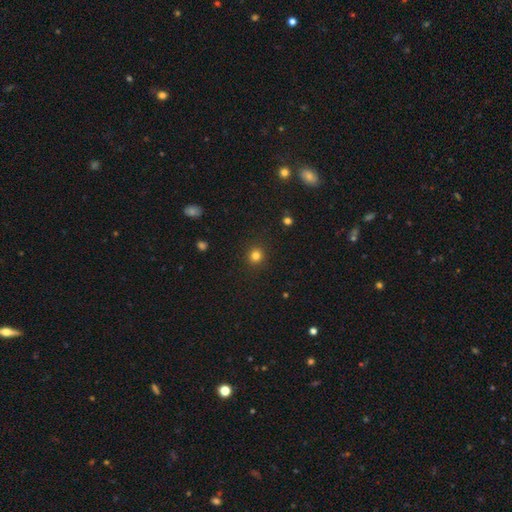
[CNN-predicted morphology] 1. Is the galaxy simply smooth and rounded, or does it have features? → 82% smooth, 14% star or artifact, 5% featured or disk.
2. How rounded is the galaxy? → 89% round, 10% in between, 1% cigar-shaped.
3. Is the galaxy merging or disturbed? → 91% none, 6% minor disturbance, 2% major disturbance, 1% merger.